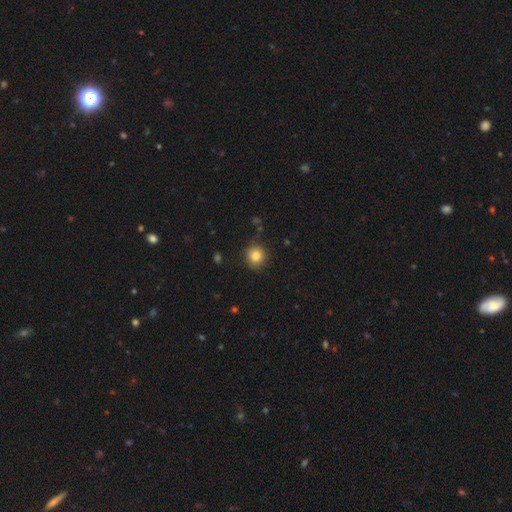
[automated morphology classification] A smooth galaxy with no disk features (84%) that is round (89%).

Vote fractions:
- Smooth or featured? smooth: 84% / star or artifact: 10% / featured or disk: 6%
- How rounded? round: 89% / in between: 10% / cigar-shaped: 1%
- Merging? none: 88% / minor disturbance: 9% / major disturbance: 2% / merger: 1%